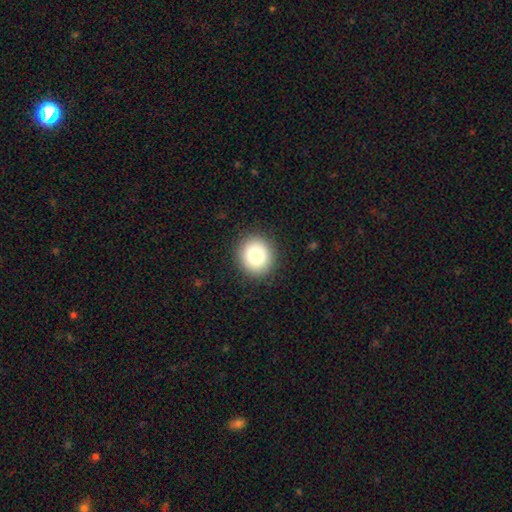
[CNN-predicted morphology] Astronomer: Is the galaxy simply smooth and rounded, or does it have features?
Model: smooth — 83%.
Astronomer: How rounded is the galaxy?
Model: round — 80%.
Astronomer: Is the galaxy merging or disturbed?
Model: none — 90%.